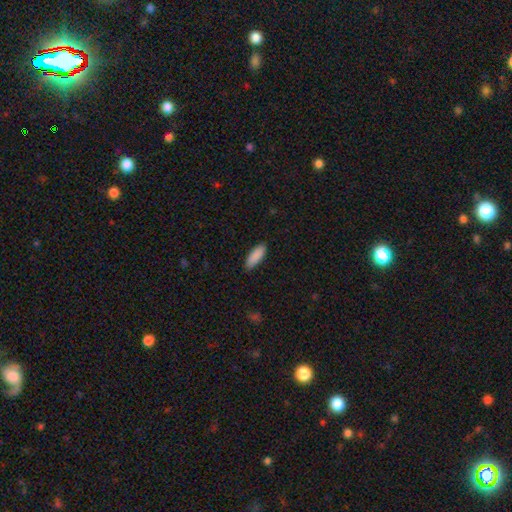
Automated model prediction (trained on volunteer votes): smooth 90%, star or artifact 6%, featured or disk 4%. Down the decision tree: how rounded — in between (65%); merging — none (87%).